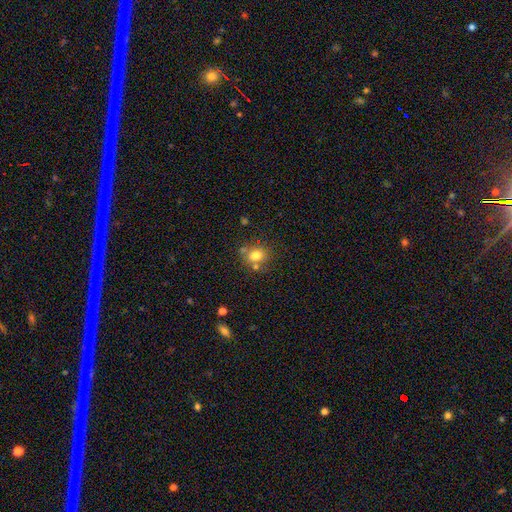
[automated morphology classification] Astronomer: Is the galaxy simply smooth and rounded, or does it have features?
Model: smooth — 77%.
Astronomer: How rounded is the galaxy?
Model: round — 67%.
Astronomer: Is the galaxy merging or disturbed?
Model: none — 65%.